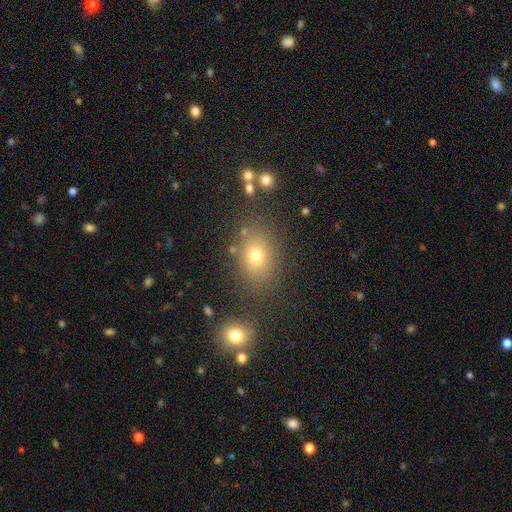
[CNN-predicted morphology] Overall: smooth (71%). How rounded: in between (64%; round 35%). Merging: none (78%).